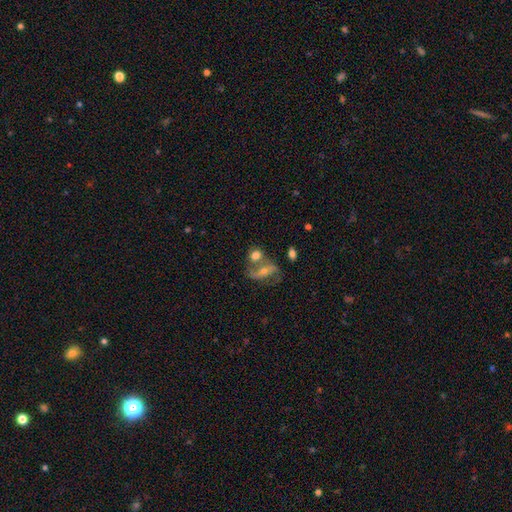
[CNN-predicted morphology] type=smooth (52%); roundness=in between (54%); merging=merger (42%).